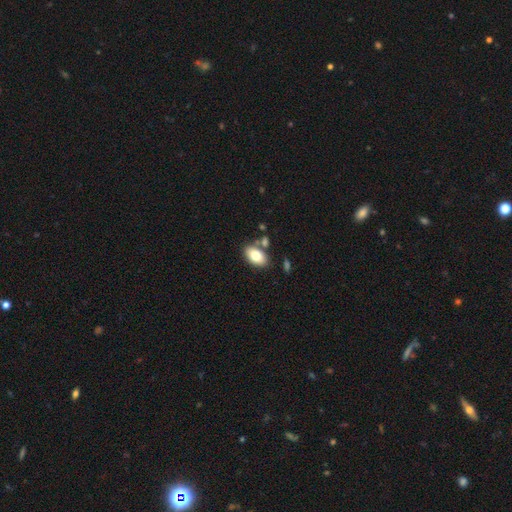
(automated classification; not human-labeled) Smooth or featured? smooth (80%)
How rounded? in between (92%)
Merging? none (73%)